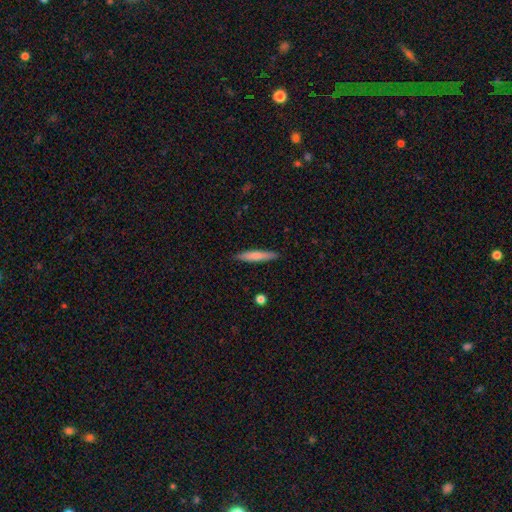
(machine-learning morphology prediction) The model was most divided on "smooth or featured": smooth: 73%, featured or disk: 22%, star or artifact: 6%. More confident: how rounded — cigar-shaped (91%); merging — none (89%).